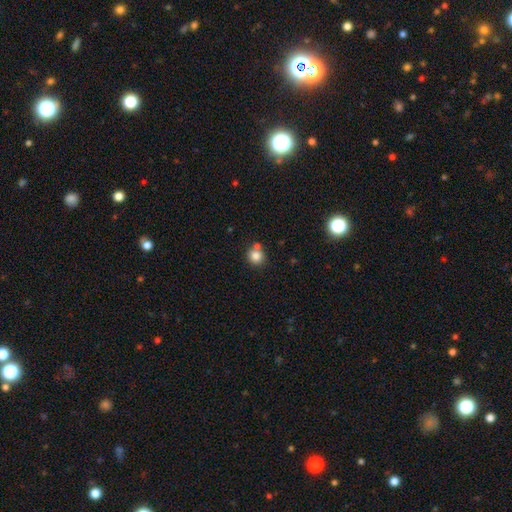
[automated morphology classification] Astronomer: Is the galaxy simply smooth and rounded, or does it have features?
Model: smooth — 83%.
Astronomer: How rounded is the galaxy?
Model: round — 88%.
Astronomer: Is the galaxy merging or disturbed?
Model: none — 65%.